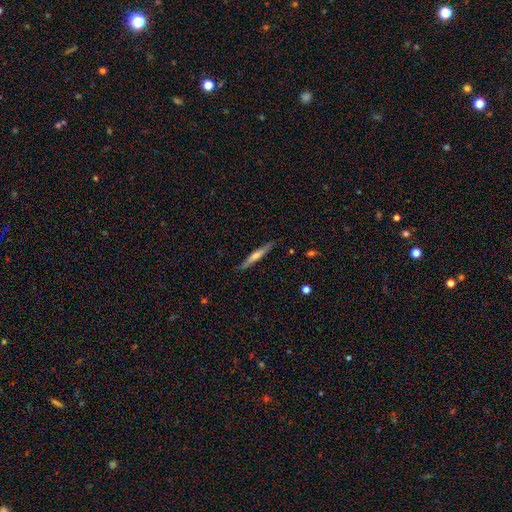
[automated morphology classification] Smooth or featured: featured or disk — 49% (smooth — 45%)
Merging: none — 88% (minor disturbance — 9%)